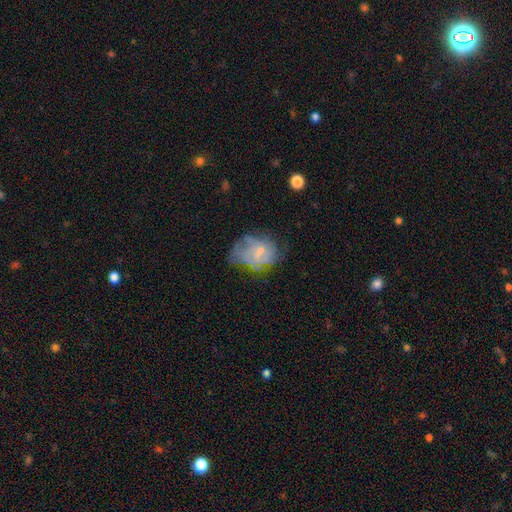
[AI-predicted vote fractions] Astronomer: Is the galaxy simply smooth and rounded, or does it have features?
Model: featured or disk — 57%.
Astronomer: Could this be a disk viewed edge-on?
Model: no — 97%.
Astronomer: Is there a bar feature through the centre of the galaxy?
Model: no — 61%.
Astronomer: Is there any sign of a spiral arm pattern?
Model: yes — 69%.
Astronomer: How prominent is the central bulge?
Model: small — 70%.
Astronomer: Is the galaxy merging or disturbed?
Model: none — 47% (runner-up: minor disturbance, 29%).